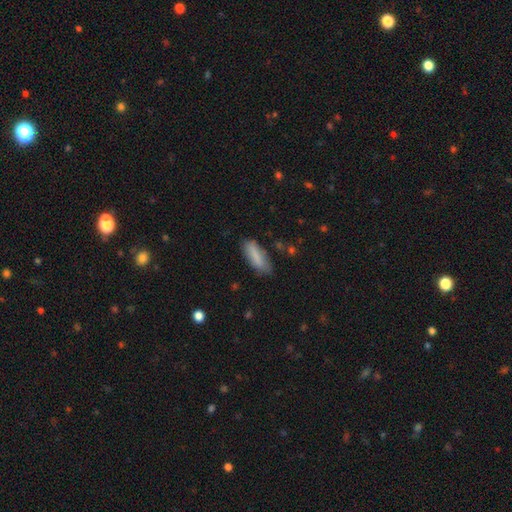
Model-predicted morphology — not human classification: Overall: smooth (83%). How rounded: in between (60%; cigar-shaped 38%). Merging: none (73%).